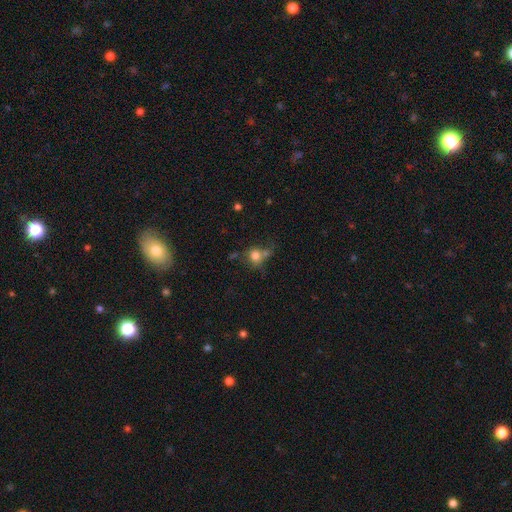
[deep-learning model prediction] A smooth galaxy with no disk features (73%) that is round (78%).

Vote fractions:
- Smooth or featured? smooth: 73% / featured or disk: 13% / star or artifact: 13%
- How rounded? round: 78% / in between: 21% / cigar-shaped: 1%
- Merging? none: 47% / merger: 22% / minor disturbance: 19% / major disturbance: 12%